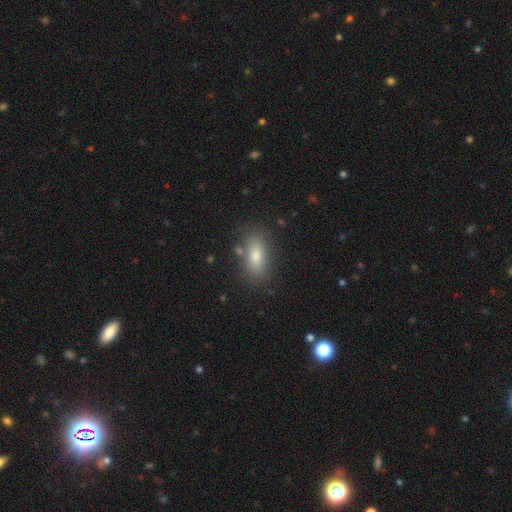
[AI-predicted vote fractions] This is likely a smooth galaxy (78%). How rounded: clearly in between (80%). Merging: clearly none (81%).